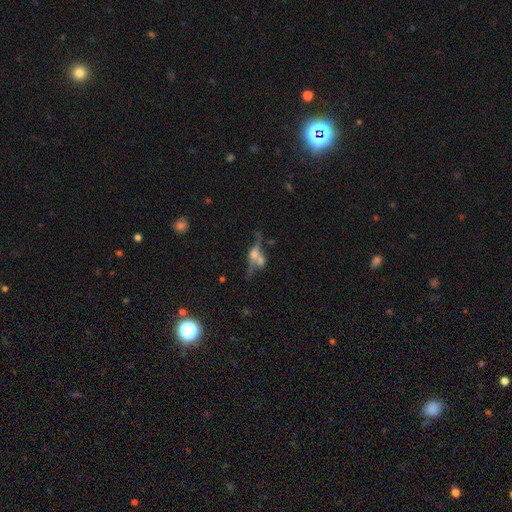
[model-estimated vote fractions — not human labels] This is possibly a featured or disk galaxy (60%). It is likely viewed edge-on (64%). Merging: marginally merger (42%).